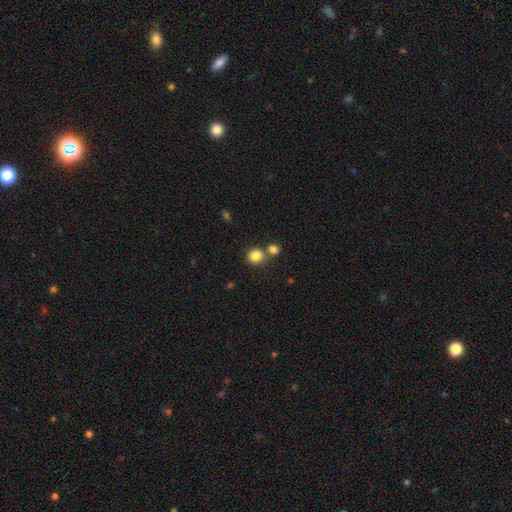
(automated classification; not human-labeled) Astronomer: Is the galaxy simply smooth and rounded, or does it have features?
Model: smooth — 85%.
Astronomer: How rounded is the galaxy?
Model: round — 85%.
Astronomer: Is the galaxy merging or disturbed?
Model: none — 61%.